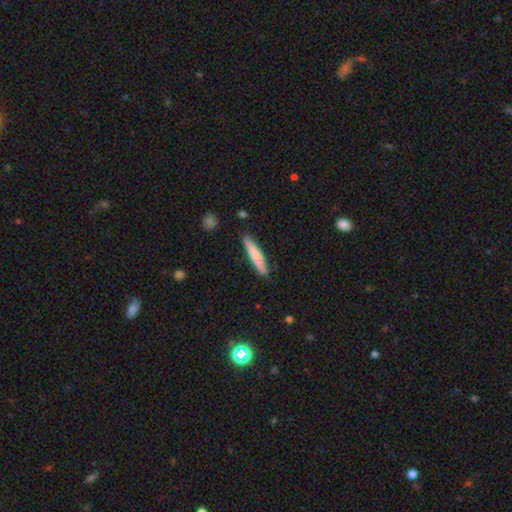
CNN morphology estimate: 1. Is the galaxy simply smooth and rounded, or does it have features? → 74% smooth, 20% featured or disk, 5% star or artifact.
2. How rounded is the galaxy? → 92% cigar-shaped, 7% in between, 1% round.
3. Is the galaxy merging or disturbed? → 87% none, 10% minor disturbance, 2% major disturbance, 2% merger.